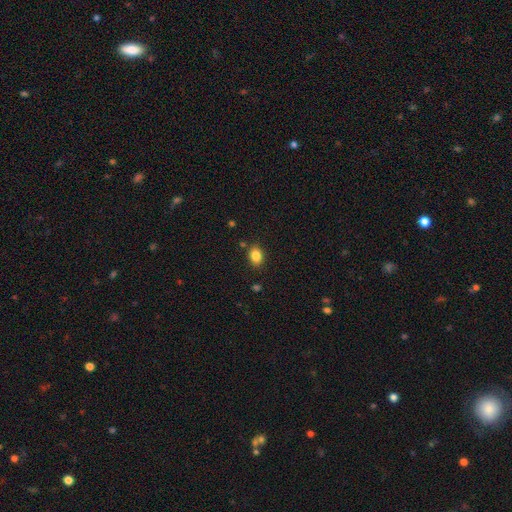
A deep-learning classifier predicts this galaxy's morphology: Smooth or featured?
  - smooth: 85% *
  - star or artifact: 9%
  - featured or disk: 6%
How rounded?
  - in between: 74% *
  - round: 24%
  - cigar-shaped: 1%
Merging?
  - none: 85% *
  - minor disturbance: 10%
  - merger: 3%
  - major disturbance: 2%